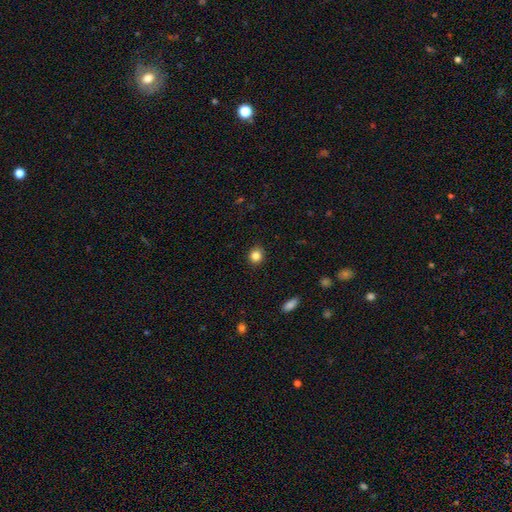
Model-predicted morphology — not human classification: Smooth or featured? smooth (84%)
How rounded? round (82%)
Merging? none (91%)